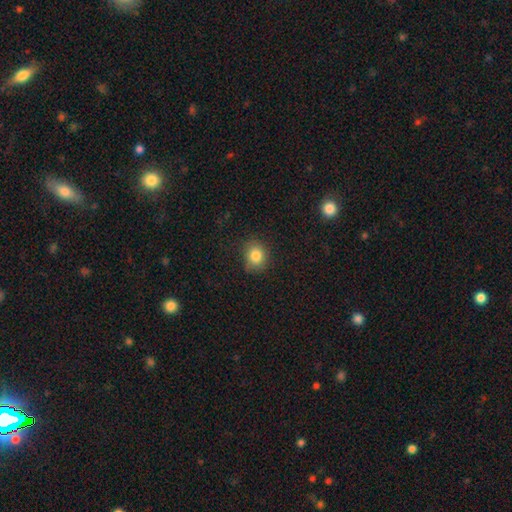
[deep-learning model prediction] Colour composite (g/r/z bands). It shows a smooth galaxy with no disk features (83%) that is round (70%). Merging: none (78%).